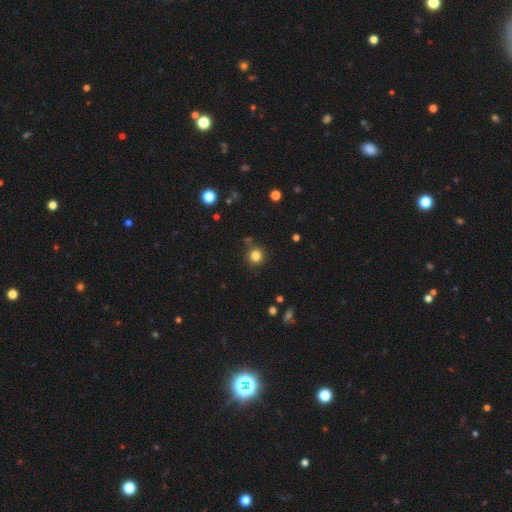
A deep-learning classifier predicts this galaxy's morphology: A smooth galaxy with no disk features (82%) that is round (93%).

Vote fractions:
- Smooth or featured? smooth: 82% / star or artifact: 13% / featured or disk: 5%
- How rounded? round: 93% / in between: 6% / cigar-shaped: 1%
- Merging? none: 83% / minor disturbance: 9% / merger: 5% / major disturbance: 3%